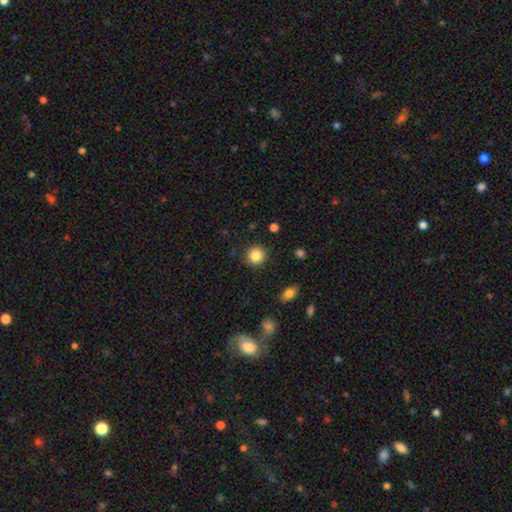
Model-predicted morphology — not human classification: A smooth galaxy with no disk features (85%) that is round (92%). Merging: none (90%).